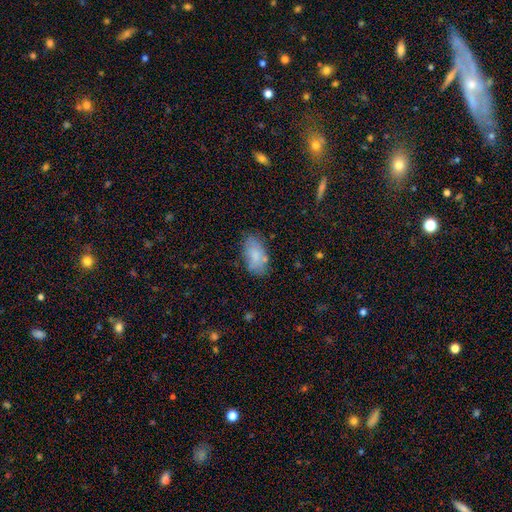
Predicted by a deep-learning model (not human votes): This appears to be a smooth galaxy with no disk features (75%) that is in between round and cigar-shaped (93%). Merging: none (66%).